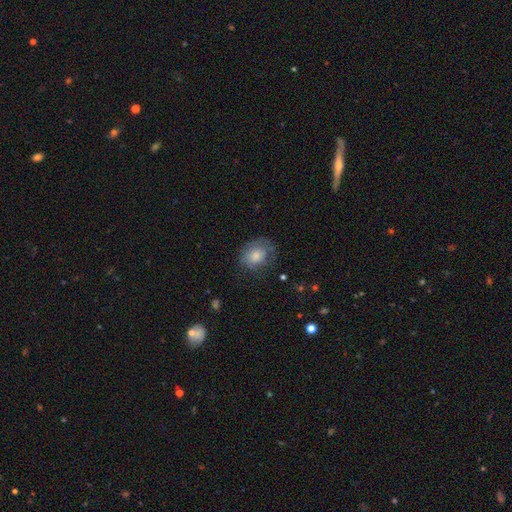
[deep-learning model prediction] This is likely a smooth galaxy (67%). How rounded: possibly round (52%). Merging: possibly none (58%).